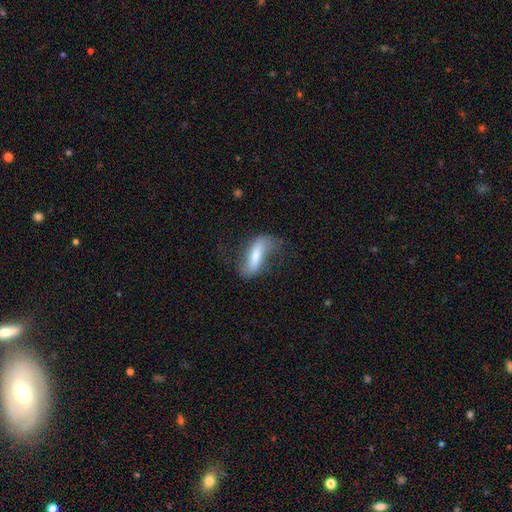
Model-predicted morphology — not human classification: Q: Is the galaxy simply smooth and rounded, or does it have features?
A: featured or disk — 58%.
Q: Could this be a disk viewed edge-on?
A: no — 74%.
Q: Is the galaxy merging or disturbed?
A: none — 62%.